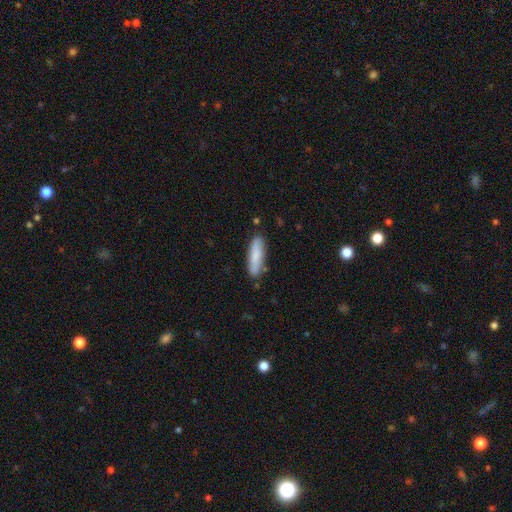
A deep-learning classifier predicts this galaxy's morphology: Smooth or featured? smooth (79%)
How rounded? cigar-shaped (65%)
Merging? none (82%)